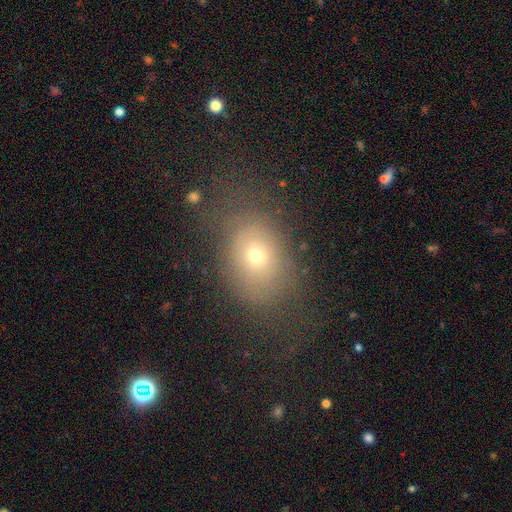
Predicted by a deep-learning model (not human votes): smooth_or_featured: smooth (p=0.62) [alt: featured or disk p=0.20]
how_rounded: in between (p=0.60) [alt: round p=0.38]
merging: none (p=0.65) [alt: minor disturbance p=0.18]